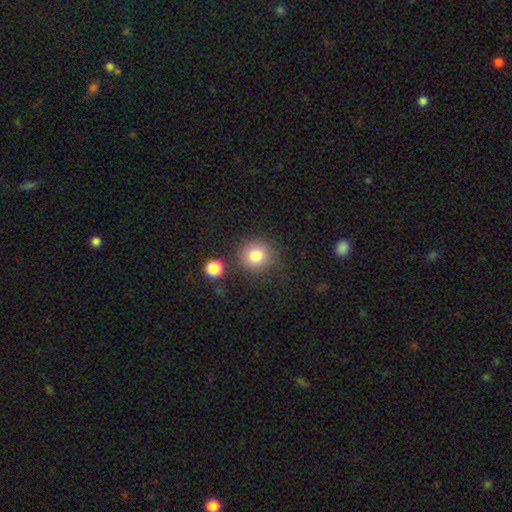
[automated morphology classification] smooth 82%, star or artifact 11%, featured or disk 7%. Down the decision tree: how rounded — round (91%); merging — none (80%).